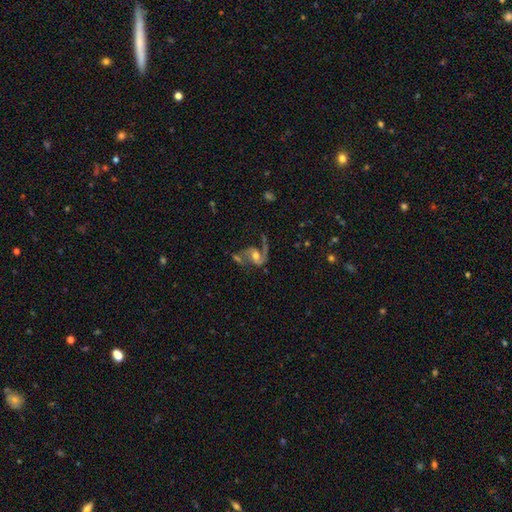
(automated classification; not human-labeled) Q: Smooth or featured?
A: featured or disk (84%); runner-up: smooth (9%)
Q: Edge-on disk?
A: no (97%); runner-up: yes (3%)
Q: Bar?
A: no (47%); runner-up: weak (38%)
Q: Spiral arms?
A: yes (94%); runner-up: no (6%)
Q: Spiral winding?
A: loose (47%); runner-up: medium (43%)
Q: Spiral arm count?
A: 2 (77%); runner-up: 1 (18%)
Q: Bulge size?
A: moderate (64%); runner-up: small (17%)
Q: Merging?
A: none (42%); runner-up: major disturbance (22%)